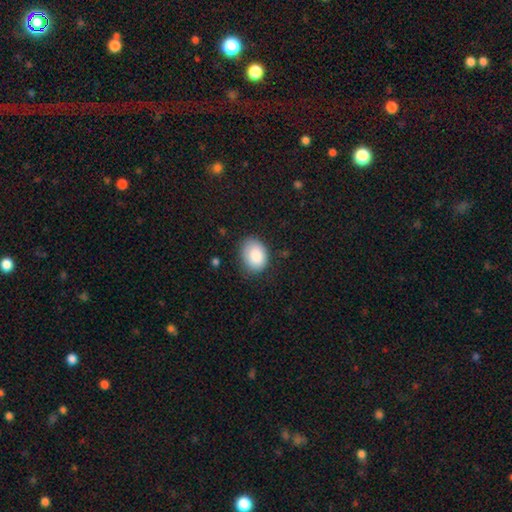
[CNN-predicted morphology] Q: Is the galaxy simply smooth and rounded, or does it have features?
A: smooth — 86%.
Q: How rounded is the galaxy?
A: in between — 68%.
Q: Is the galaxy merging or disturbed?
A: none — 72%.